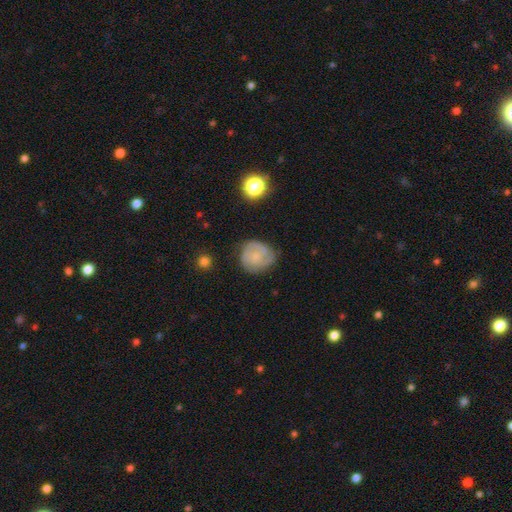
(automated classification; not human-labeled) Smooth or featured? Predicted: featured or disk (p=0.57). Edge-on disk? Predicted: no (p=0.98). Bar? Predicted: no (p=0.74). Spiral arms? Predicted: yes (p=0.86). Bulge size? Predicted: small (p=0.55). Merging? Predicted: none (p=0.69).